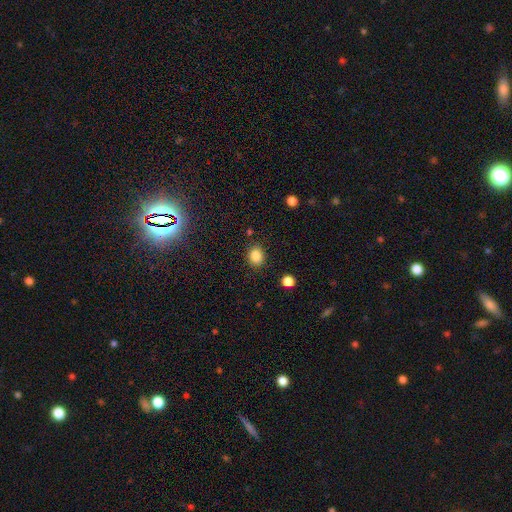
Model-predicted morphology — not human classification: The model was most divided on "how rounded": round: 62%, in between: 37%, cigar-shaped: 1%. More confident: merging — none (86%); smooth or featured — smooth (84%).